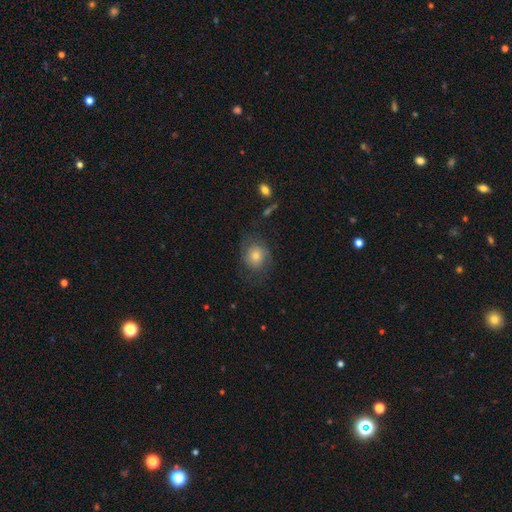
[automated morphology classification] Smooth or featured: featured or disk — 46% (smooth — 41%)
Merging: none — 68% (minor disturbance — 18%)